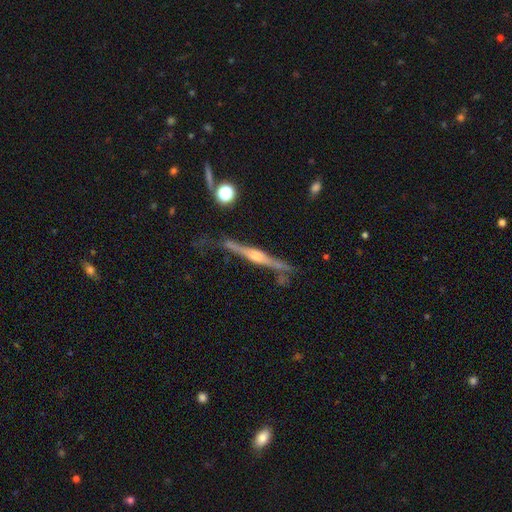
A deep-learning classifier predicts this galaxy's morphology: This is likely a featured or disk galaxy (79%). It is clearly viewed edge-on (97%). Edge-on bulge: clearly rounded (83%). Merging: likely none (74%).